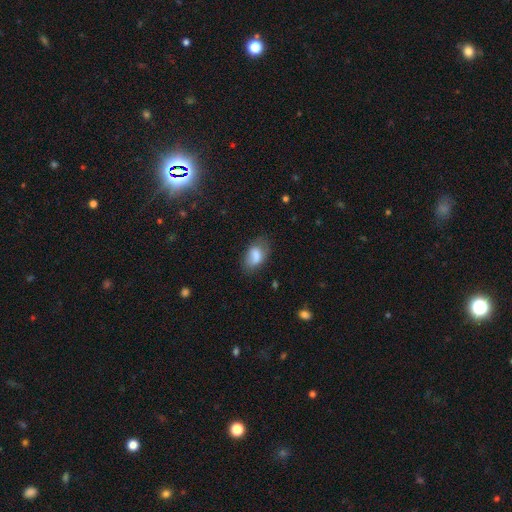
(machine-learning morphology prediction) The model was most divided on "merging": none: 59%, minor disturbance: 27%, major disturbance: 10%, merger: 4%. More confident: how rounded — in between (88%); smooth or featured — smooth (76%).